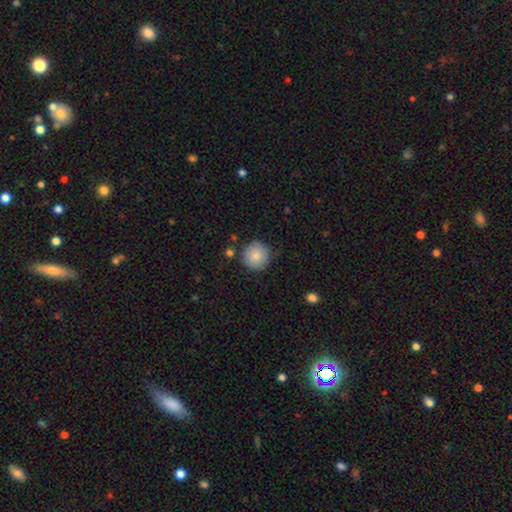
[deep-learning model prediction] Smooth or featured?
  - smooth: 84% *
  - featured or disk: 9%
  - star or artifact: 8%
How rounded?
  - round: 95% *
  - in between: 4%
  - cigar-shaped: 1%
Merging?
  - none: 83% *
  - minor disturbance: 12%
  - merger: 3%
  - major disturbance: 3%